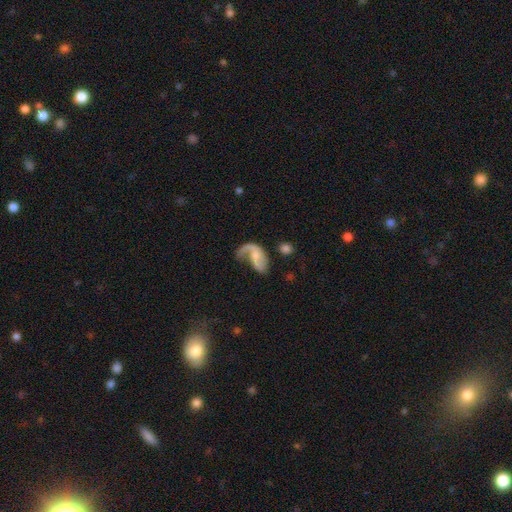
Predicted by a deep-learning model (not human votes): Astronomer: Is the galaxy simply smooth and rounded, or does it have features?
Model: featured or disk — 71%.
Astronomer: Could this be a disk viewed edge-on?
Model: no — 97%.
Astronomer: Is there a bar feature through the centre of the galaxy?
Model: no — 58% (runner-up: weak, 34%).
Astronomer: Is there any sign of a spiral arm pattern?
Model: yes — 86%.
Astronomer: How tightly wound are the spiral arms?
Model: loose — 69%.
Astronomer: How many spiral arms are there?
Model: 1 — 59% (runner-up: 2, 35%).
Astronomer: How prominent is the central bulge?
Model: small — 49% (runner-up: moderate, 27%).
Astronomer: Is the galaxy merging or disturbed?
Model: major disturbance — 45% (runner-up: none, 29%).